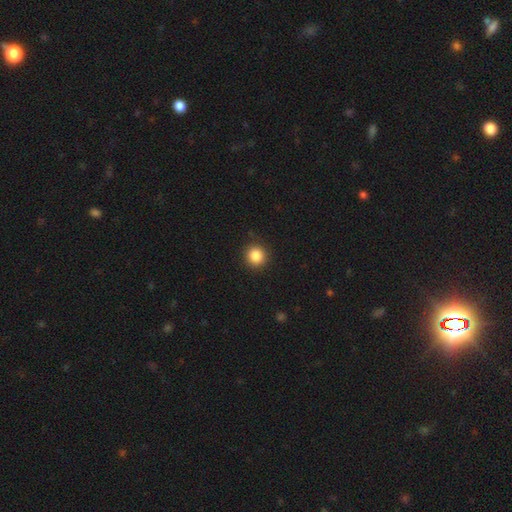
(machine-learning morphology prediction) smooth 86%, star or artifact 10%, featured or disk 4%. Down the decision tree: how rounded — round (91%); merging — none (90%).